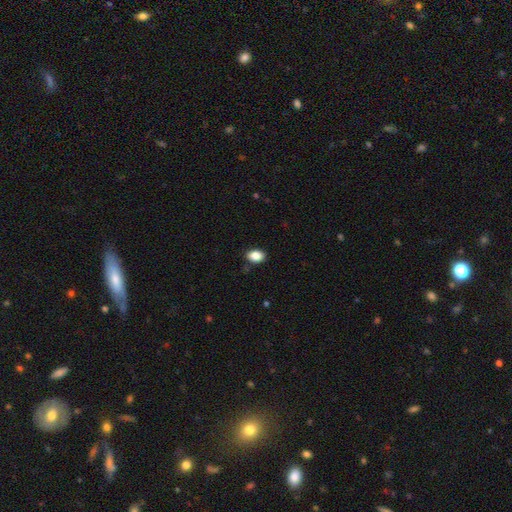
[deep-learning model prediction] Smooth or featured? smooth (86%)
How rounded? in between (81%)
Merging? none (86%)